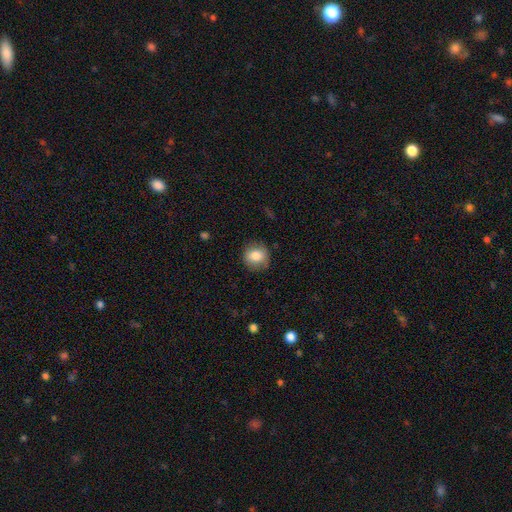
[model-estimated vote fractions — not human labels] smooth-or-featured: smooth: 82% | featured or disk: 9% | star or artifact: 8%
  how-rounded: round: 88% | in between: 11% | cigar-shaped: 1%
  merging: none: 81% | minor disturbance: 15% | major disturbance: 4% | merger: 1%